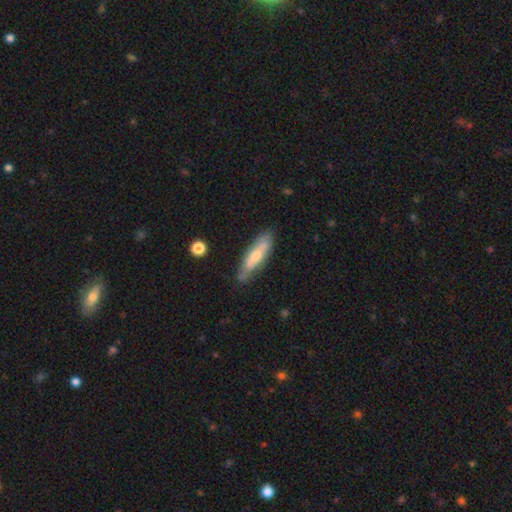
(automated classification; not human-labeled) This is possibly a smooth galaxy (55%). How rounded: likely cigar-shaped (65%). Merging: likely none (74%).